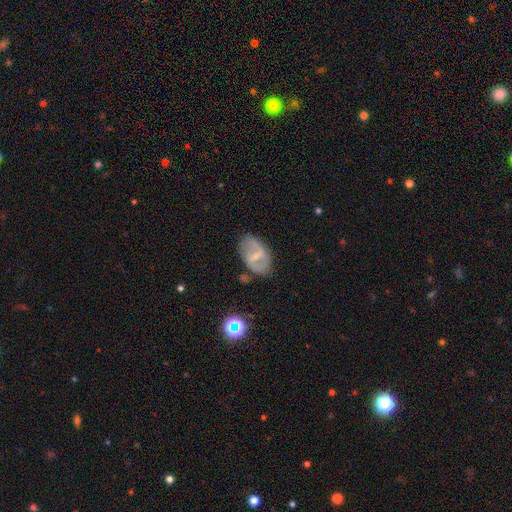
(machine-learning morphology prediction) Smooth or featured?
  - featured or disk: 69% *
  - smooth: 23%
  - star or artifact: 7%
Edge-on disk?
  - no: 95% *
  - yes: 5%
Bar?
  - weak: 47% *
  - strong: 40%
  - no: 13%
Spiral arms?
  - yes: 71% *
  - no: 29%
Bulge size?
  - small: 66% *
  - moderate: 24%
  - none: 8%
  - large: 1%
  - dominant: 1%
Merging?
  - none: 75% *
  - minor disturbance: 17%
  - major disturbance: 6%
  - merger: 2%